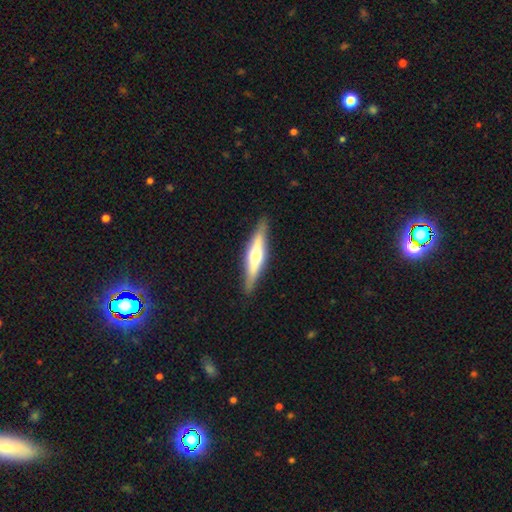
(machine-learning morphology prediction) This appears to be a featured or disk galaxy (58%) viewed edge-on (94%) with a rounded central bulge (82%). Merging: none (88%).